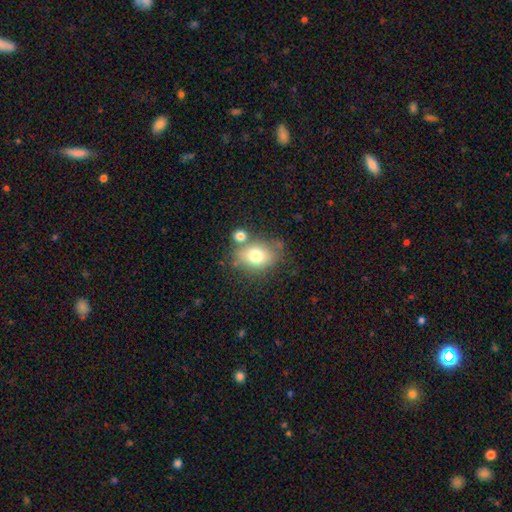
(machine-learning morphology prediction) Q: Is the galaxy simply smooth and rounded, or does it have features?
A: smooth — 71%.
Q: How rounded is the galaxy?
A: in between — 62%.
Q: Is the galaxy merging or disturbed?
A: none — 56%.